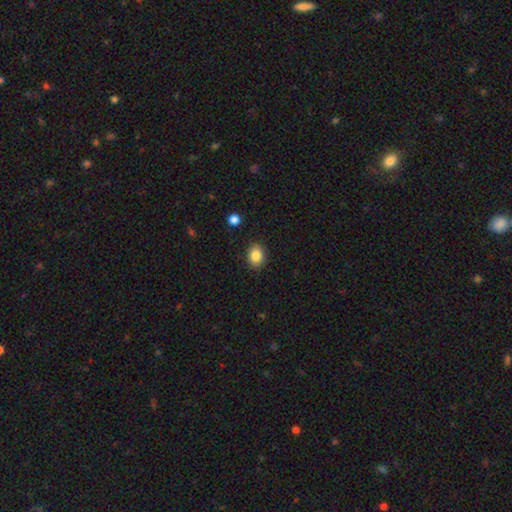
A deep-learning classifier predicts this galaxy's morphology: This is clearly a smooth galaxy (85%). How rounded: possibly in between (55%). Merging: clearly none (88%).